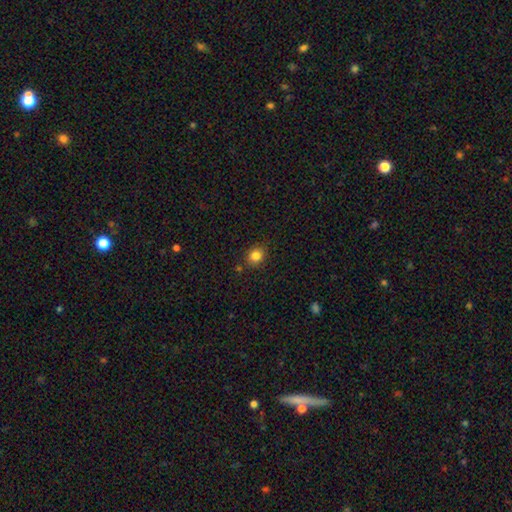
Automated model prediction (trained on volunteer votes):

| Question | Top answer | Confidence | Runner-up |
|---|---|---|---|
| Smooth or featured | smooth | 83% | star or artifact (11%) |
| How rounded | round | 70% | in between (29%) |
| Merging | none | 83% | minor disturbance (11%) |